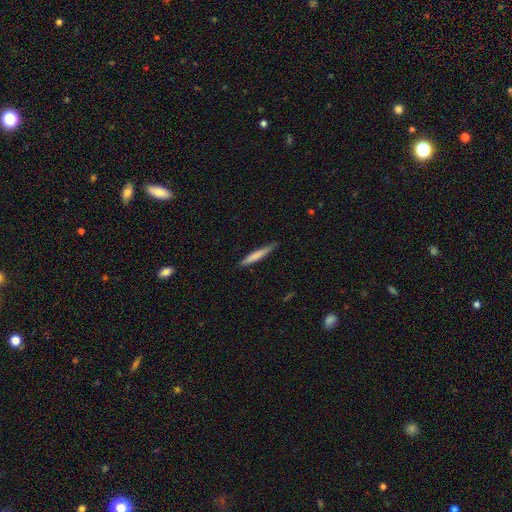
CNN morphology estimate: type=smooth (70%); roundness=cigar-shaped (95%); merging=none (82%).